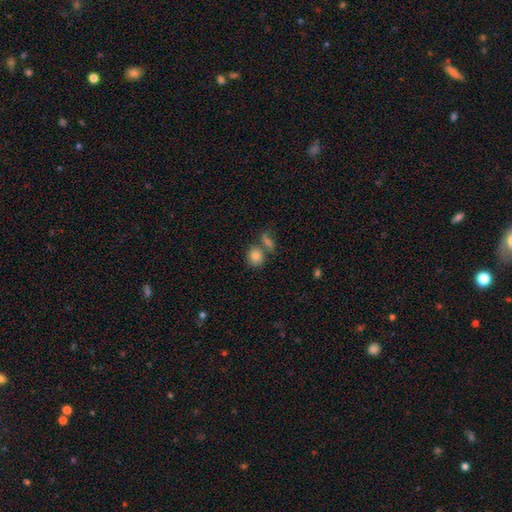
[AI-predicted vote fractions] Smooth or featured? smooth (84%)
How rounded? round (65%)
Merging? none (53%)